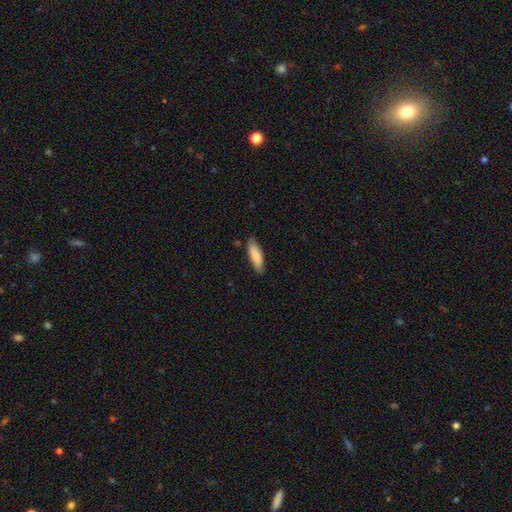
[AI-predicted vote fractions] Smooth or featured? Predicted: smooth (p=0.82). How rounded? Predicted: in between (p=0.51). Merging? Predicted: none (p=0.83).